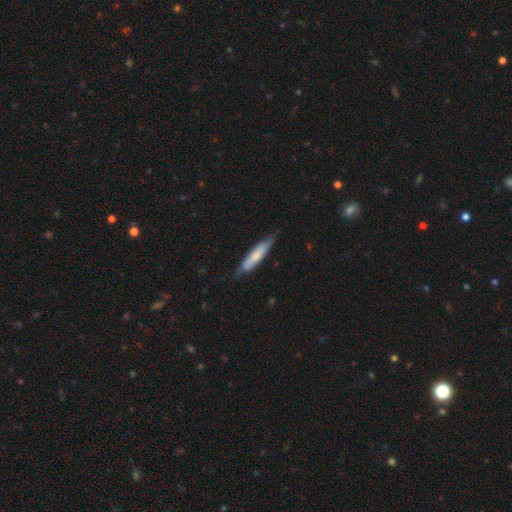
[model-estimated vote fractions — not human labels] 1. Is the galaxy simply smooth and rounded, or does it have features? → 64% smooth, 30% featured or disk, 5% star or artifact.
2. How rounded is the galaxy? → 81% cigar-shaped, 18% in between, 1% round.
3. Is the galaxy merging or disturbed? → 72% none, 23% minor disturbance, 4% major disturbance, 1% merger.